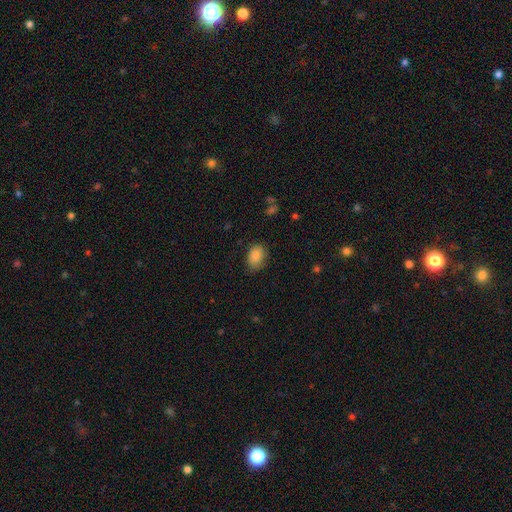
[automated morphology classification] Smooth or featured: smooth — 88% (star or artifact — 8%)
How rounded: in between — 75% (round — 24%)
Merging: none — 74% (minor disturbance — 20%)